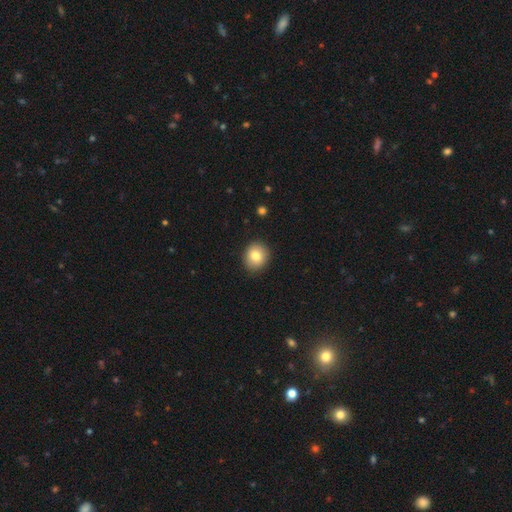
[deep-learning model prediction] This is clearly a smooth galaxy (81%). How rounded: likely round (76%). Merging: clearly none (89%).